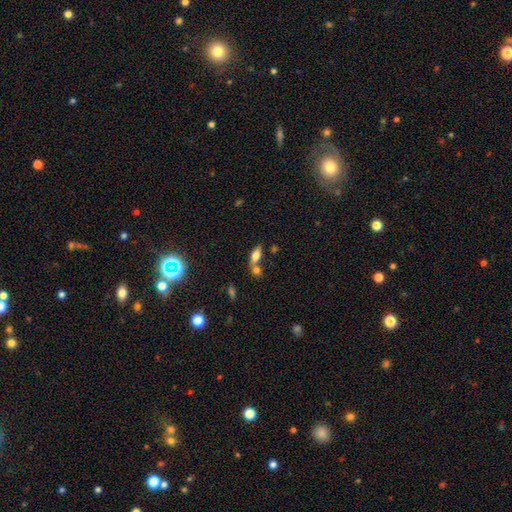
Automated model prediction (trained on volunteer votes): smooth 70%, featured or disk 19%, star or artifact 11%. Down the decision tree: how rounded — in between (77%); merging — none (47%).